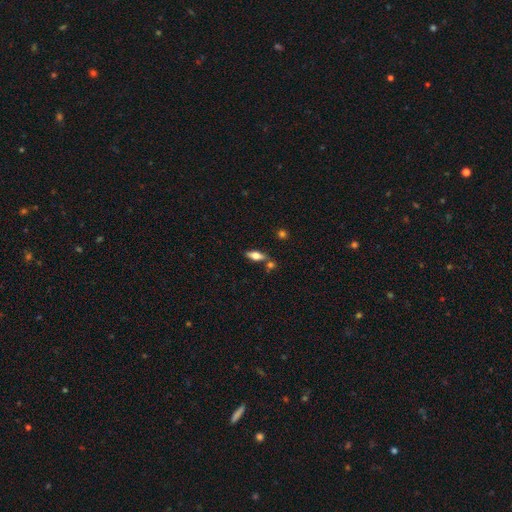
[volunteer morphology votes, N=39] smooth-or-featured: smooth: 49% | featured or disk: 41% | star or artifact: 10%
  how-rounded: in between: 68% | cigar-shaped: 21% | round: 11%
  merging: none: 83% | merger: 14% | minor disturbance: 3% | major disturbance: 0%